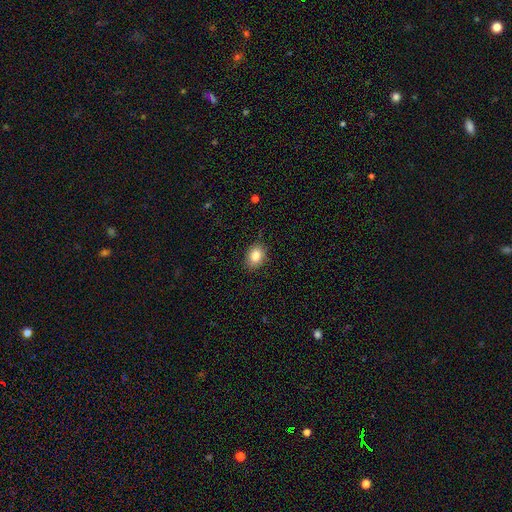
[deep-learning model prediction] Smooth or featured: smooth — 85% (star or artifact — 9%)
How rounded: in between — 72% (round — 27%)
Merging: none — 86% (minor disturbance — 11%)